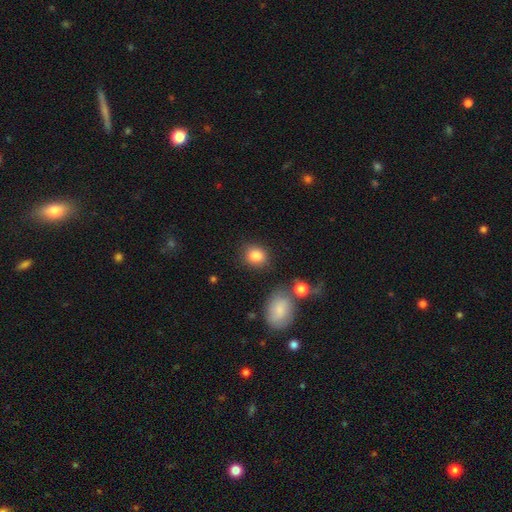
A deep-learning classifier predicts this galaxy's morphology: type=smooth (86%); roundness=round (63%); merging=none (81%).